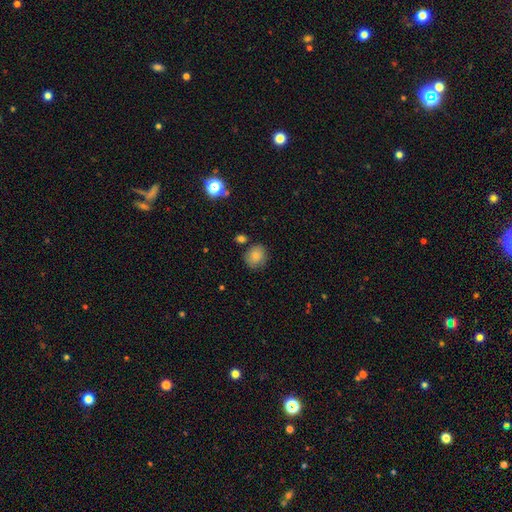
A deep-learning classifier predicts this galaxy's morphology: A smooth galaxy with no disk features (83%) that is round (67%).

Vote fractions:
- Smooth or featured? smooth: 83% / star or artifact: 9% / featured or disk: 7%
- How rounded? round: 67% / in between: 32% / cigar-shaped: 1%
- Merging? none: 73% / minor disturbance: 17% / merger: 6% / major disturbance: 4%